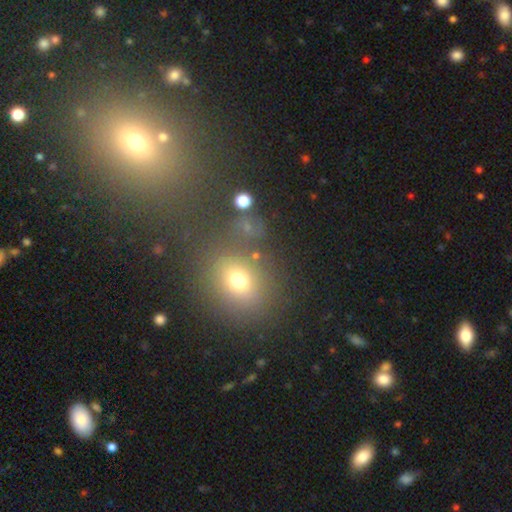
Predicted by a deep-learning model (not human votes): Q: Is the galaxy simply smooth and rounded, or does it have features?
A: smooth — 66%.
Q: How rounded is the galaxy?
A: round — 66%.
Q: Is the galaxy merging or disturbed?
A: none — 74%.